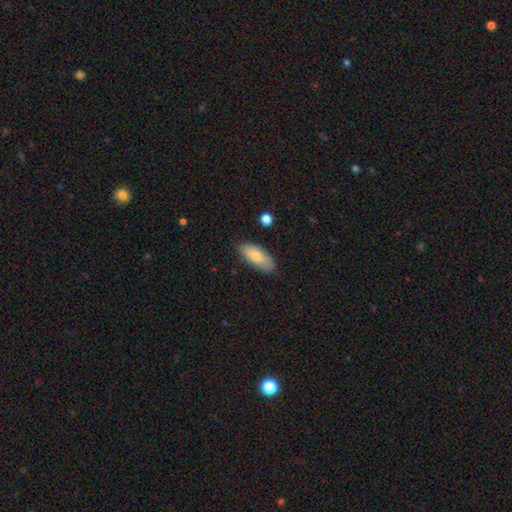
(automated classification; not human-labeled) Q: Smooth or featured?
A: smooth (76%); runner-up: featured or disk (18%)
Q: How rounded?
A: in between (83%); runner-up: cigar-shaped (15%)
Q: Merging?
A: none (82%); runner-up: minor disturbance (14%)